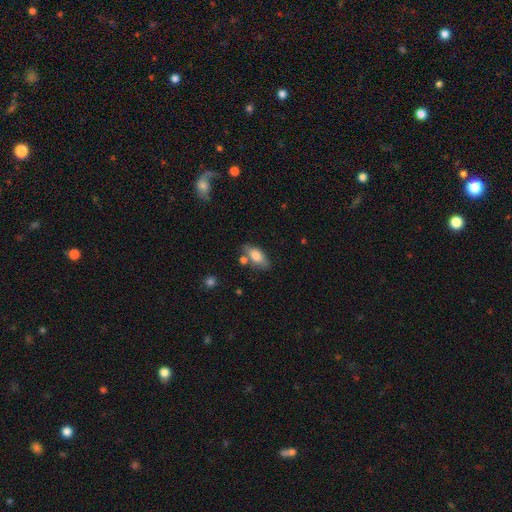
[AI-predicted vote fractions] A smooth galaxy with no disk features (79%) that is in between round and cigar-shaped (86%). Merging: none (63%).